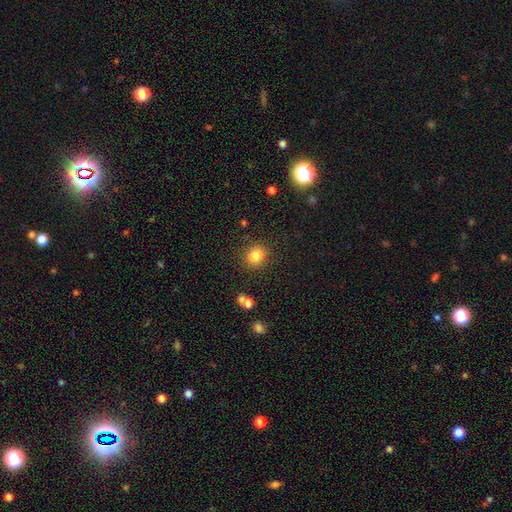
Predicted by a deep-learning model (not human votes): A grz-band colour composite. It shows a smooth galaxy with no disk features (83%) that is round (76%). Merging: none (86%).